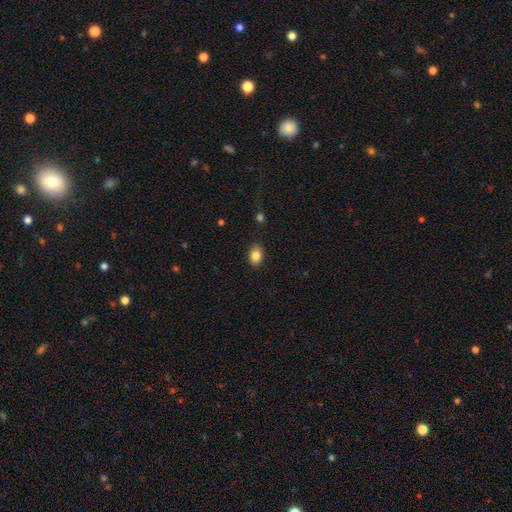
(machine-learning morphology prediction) A smooth galaxy with no disk features (85%) that is in between round and cigar-shaped (75%). Merging: none (86%).